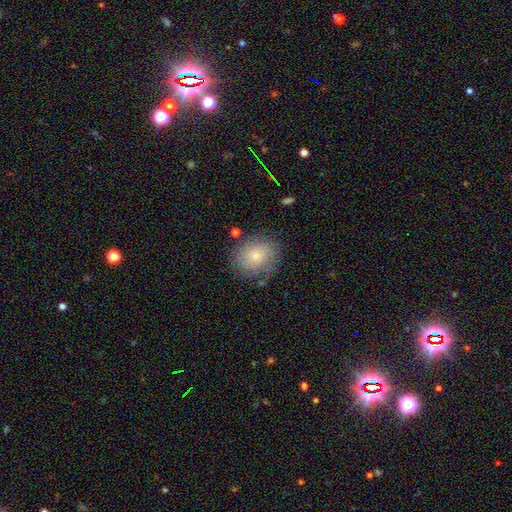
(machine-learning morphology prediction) The model was most divided on "how rounded": round: 50%, in between: 49%, cigar-shaped: 1%. More confident: merging — none (73%); smooth or featured — smooth (72%).